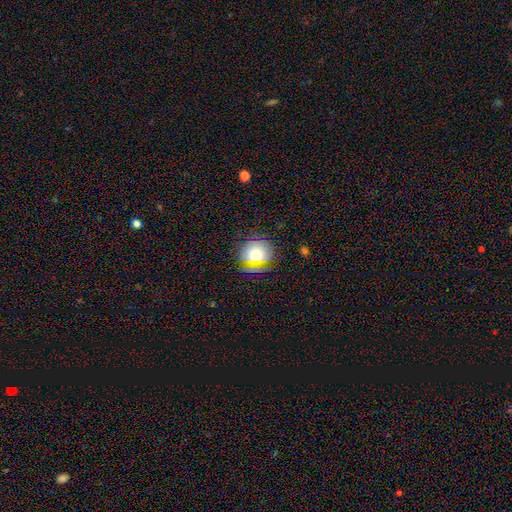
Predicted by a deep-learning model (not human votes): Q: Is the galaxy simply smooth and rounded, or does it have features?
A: smooth — 71%.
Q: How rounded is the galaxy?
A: round — 80%.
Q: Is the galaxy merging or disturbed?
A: none — 75%.